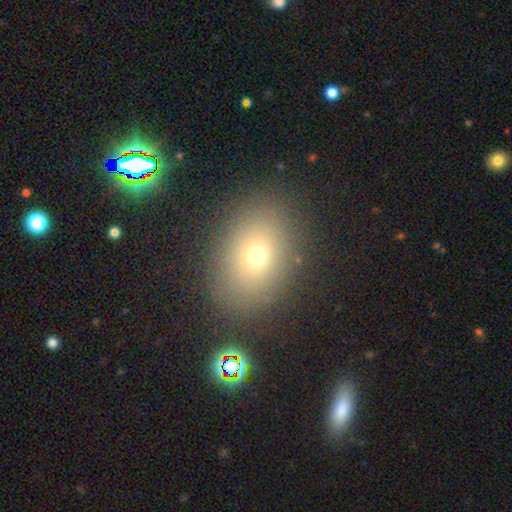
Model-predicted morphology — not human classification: This is likely a smooth galaxy (69%). How rounded: likely in between (67%). Merging: clearly none (85%).